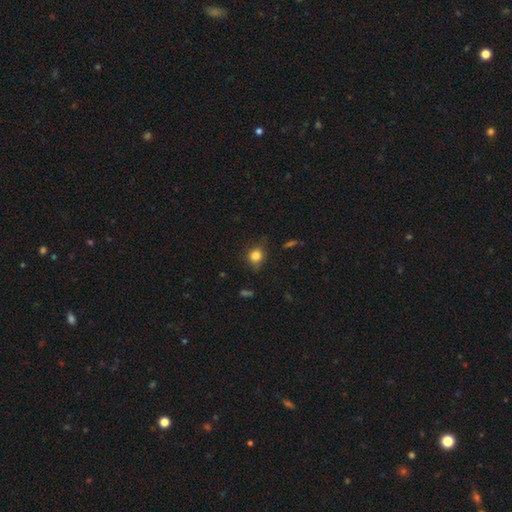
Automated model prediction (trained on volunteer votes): This is clearly a smooth galaxy (82%). How rounded: likely round (70%). Merging: likely none (75%).